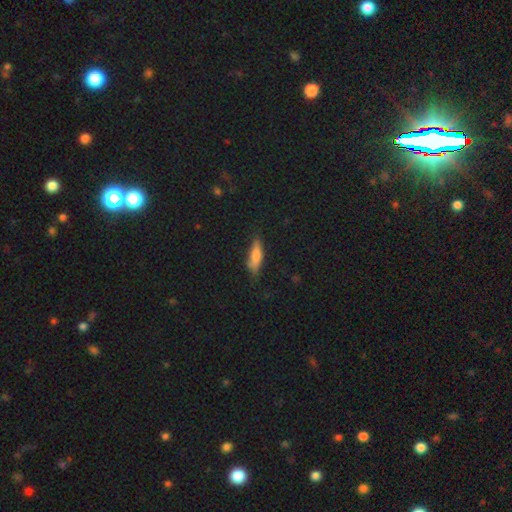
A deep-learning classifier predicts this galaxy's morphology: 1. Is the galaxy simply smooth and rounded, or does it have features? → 73% smooth, 19% featured or disk, 8% star or artifact.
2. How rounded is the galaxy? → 54% cigar-shaped, 44% in between, 2% round.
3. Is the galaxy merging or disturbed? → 74% none, 20% minor disturbance, 4% major disturbance, 2% merger.